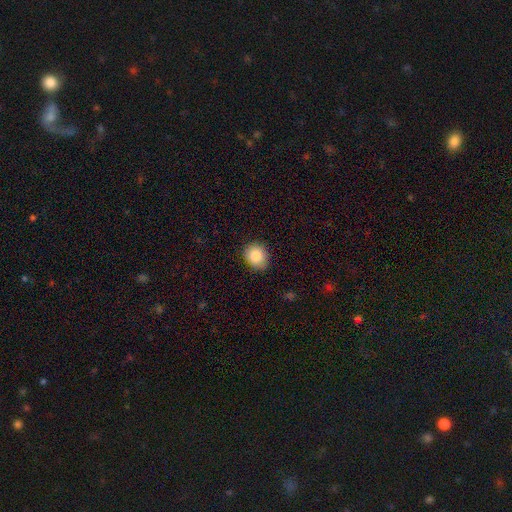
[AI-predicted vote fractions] smooth_or_featured: smooth (p=0.84) [alt: star or artifact p=0.09]
how_rounded: round (p=0.68) [alt: in between p=0.31]
merging: none (p=0.85) [alt: minor disturbance p=0.12]